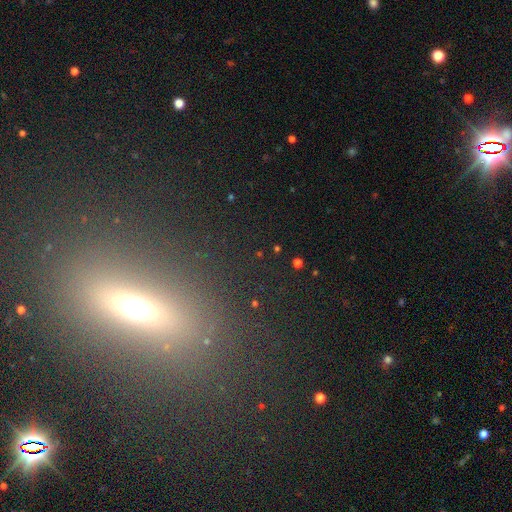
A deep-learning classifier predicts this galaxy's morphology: smooth 38%, star or artifact 33%, featured or disk 28%. Down the decision tree: merging — none (83%).